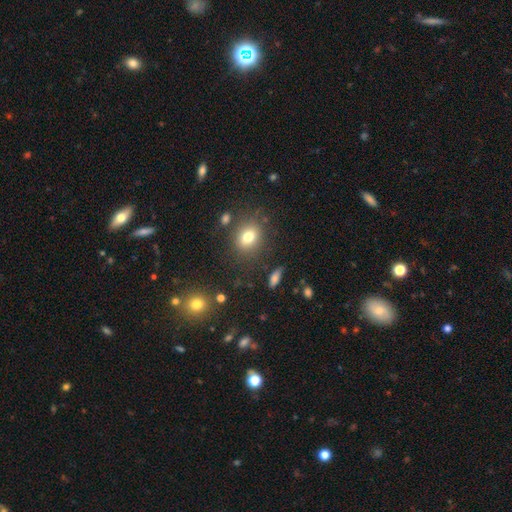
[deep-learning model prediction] smooth 61%, star or artifact 31%, featured or disk 8%. Down the decision tree: how rounded — round (69%); merging — none (84%).